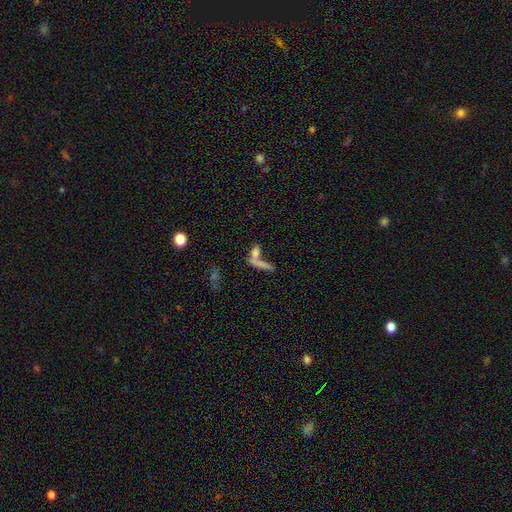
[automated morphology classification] smooth-or-featured: smooth: 68% | featured or disk: 20% | star or artifact: 13%
  how-rounded: in between: 48% | cigar-shaped: 41% | round: 11%
  merging: merger: 49% | none: 35% | minor disturbance: 8% | major disturbance: 8%